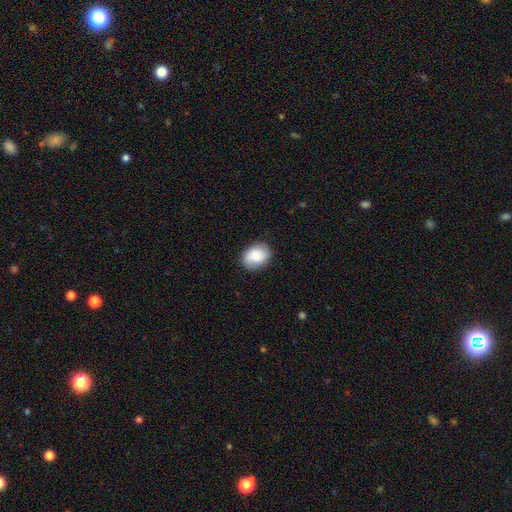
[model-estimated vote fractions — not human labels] The model was most divided on "how rounded": in between: 65%, round: 34%, cigar-shaped: 1%. More confident: merging — none (83%); smooth or featured — smooth (82%).